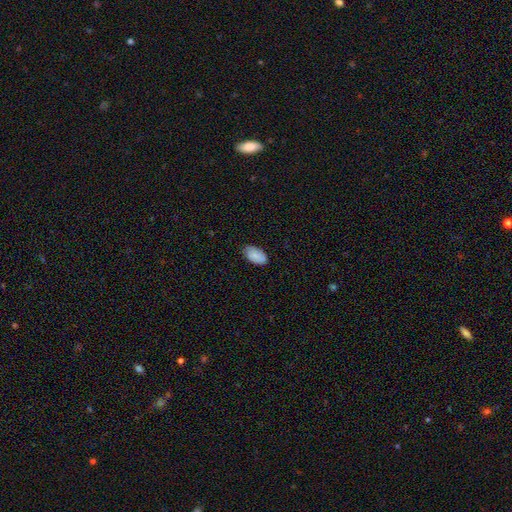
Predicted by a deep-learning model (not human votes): A smooth galaxy with no disk features (85%) that is in between round and cigar-shaped (94%). Merging: none (78%).